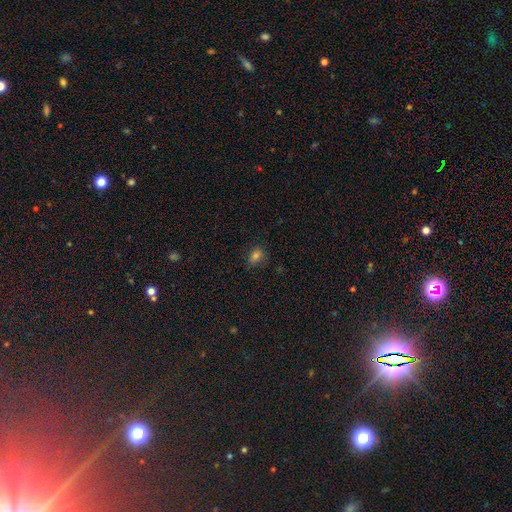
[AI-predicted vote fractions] smooth_or_featured: smooth (p=0.76) [alt: star or artifact p=0.17]
how_rounded: in between (p=0.60) [alt: round p=0.38]
merging: none (p=0.79) [alt: minor disturbance p=0.16]